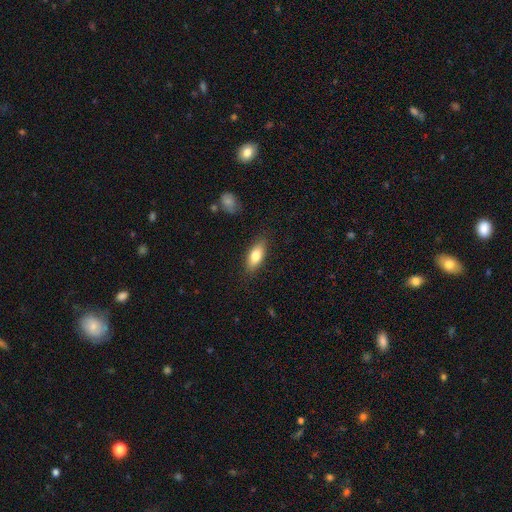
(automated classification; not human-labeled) A smooth galaxy with no disk features (78%) that is in between round and cigar-shaped (81%). Merging: none (85%).